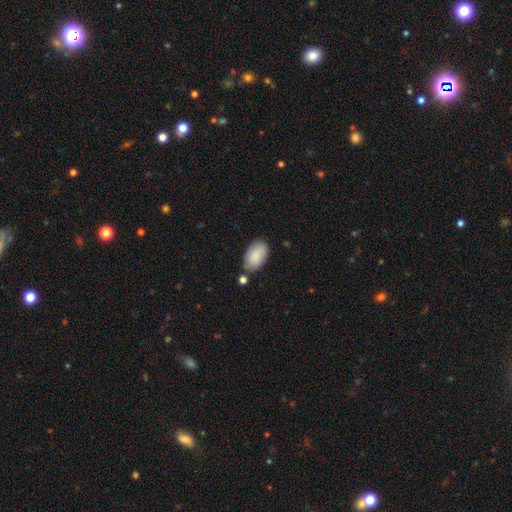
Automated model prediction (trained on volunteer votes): A smooth galaxy with no disk features (87%) that is in between round and cigar-shaped (94%). Merging: none (74%).